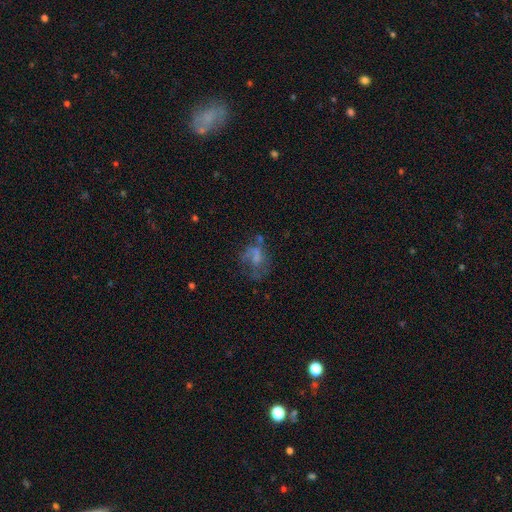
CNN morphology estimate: type=featured or disk (44%); merging=major disturbance (40%).